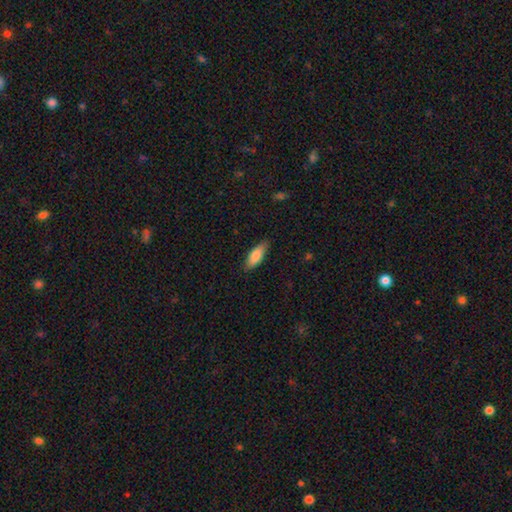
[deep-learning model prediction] Smooth or featured? smooth (83%)
How rounded? in between (67%)
Merging? none (83%)